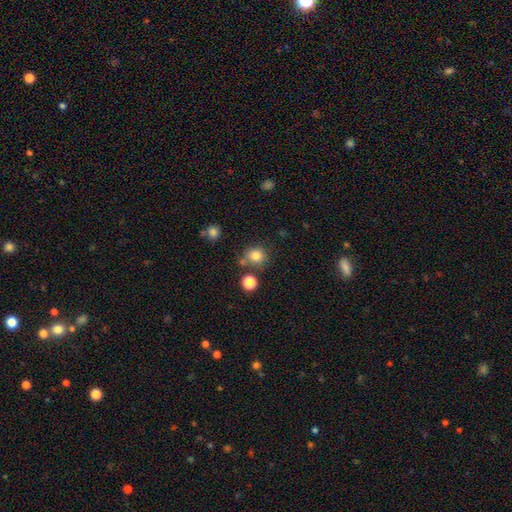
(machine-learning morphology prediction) Q: Smooth or featured?
A: smooth (81%); runner-up: star or artifact (13%)
Q: How rounded?
A: round (88%); runner-up: in between (11%)
Q: Merging?
A: none (73%); runner-up: merger (13%)